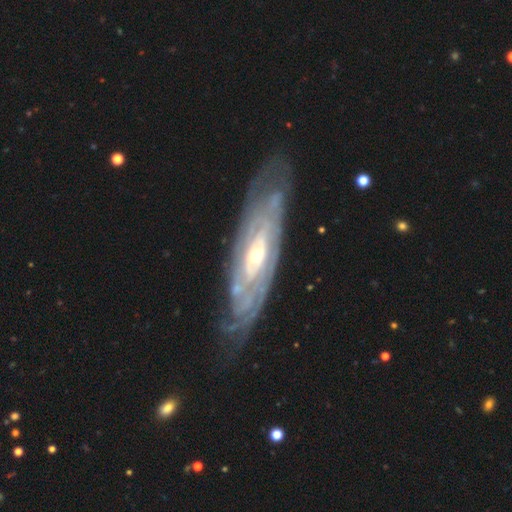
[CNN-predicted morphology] The model was most divided on "bulge size": small: 51%, moderate: 45%, large: 3%, none: 1%, dominant: 1%. More confident: spiral arms — yes (93%); smooth or featured — featured or disk (87%); edge-on disk — no (81%); spiral winding — tight (79%); merging — none (77%); spiral arm count — can't tell (55%); bar — no (55%).